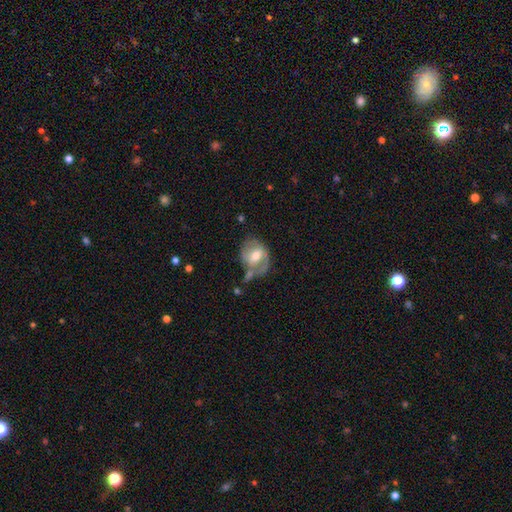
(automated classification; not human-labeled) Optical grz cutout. It shows a featured or disk galaxy (55%) with a weak bar (47%), spiral arms (59%) and a moderate central bulge (67%). Merging: none (41%).